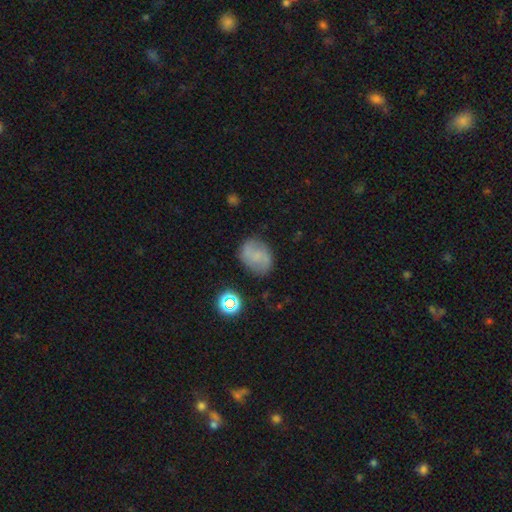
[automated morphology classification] Overall: smooth (52%; featured or disk 35%). How rounded: in between (53%; round 45%). Merging: none (74%).